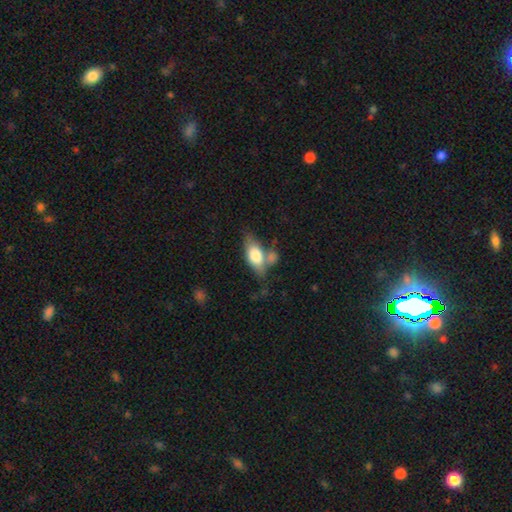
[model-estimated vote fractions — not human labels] smooth 70%, featured or disk 24%, star or artifact 6%. Down the decision tree: how rounded — in between (81%); merging — none (47%).